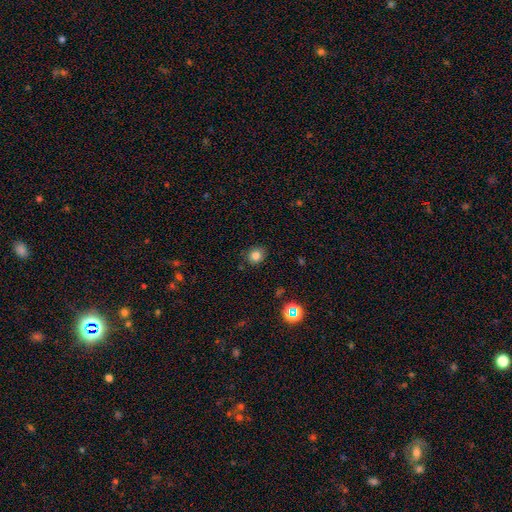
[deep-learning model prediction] Smooth or featured? smooth (79%)
How rounded? round (69%)
Merging? none (84%)